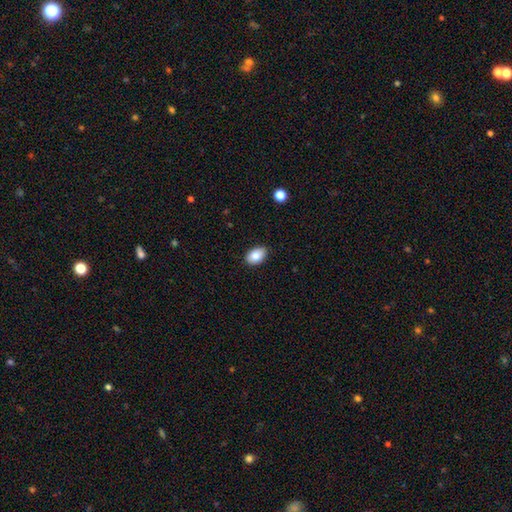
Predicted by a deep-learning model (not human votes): Smooth or featured?
  - smooth: 85% *
  - star or artifact: 8%
  - featured or disk: 7%
How rounded?
  - in between: 88% *
  - round: 11%
  - cigar-shaped: 1%
Merging?
  - none: 87% *
  - minor disturbance: 10%
  - major disturbance: 2%
  - merger: 1%